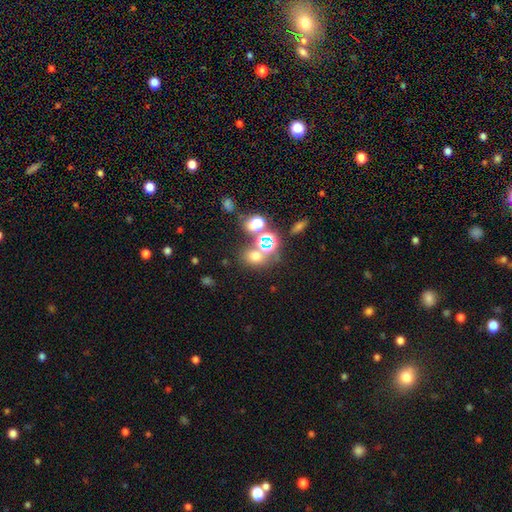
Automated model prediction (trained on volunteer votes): Smooth or featured? Predicted: smooth (p=0.56). How rounded? Predicted: round (p=0.63). Merging? Predicted: none (p=0.58).